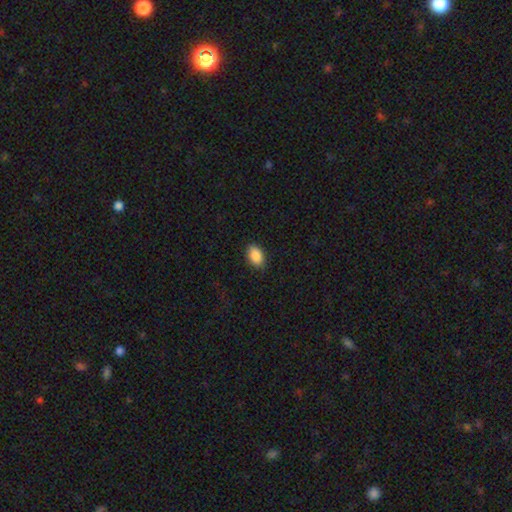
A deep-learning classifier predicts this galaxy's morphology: Smooth or featured? Predicted: smooth (p=0.89). How rounded? Predicted: in between (p=0.89). Merging? Predicted: none (p=0.87).